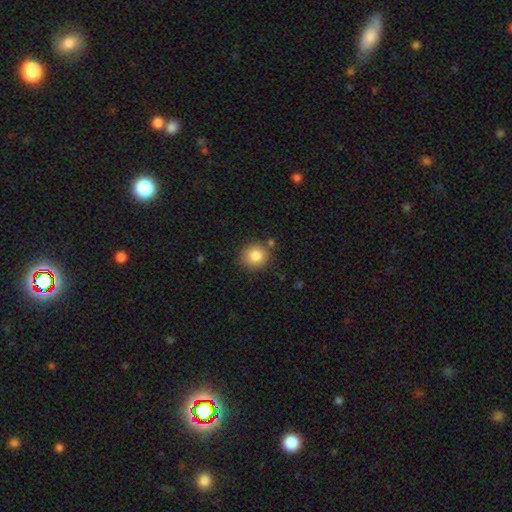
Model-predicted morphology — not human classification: This is clearly a smooth galaxy (83%). How rounded: clearly round (89%). Merging: clearly none (82%).